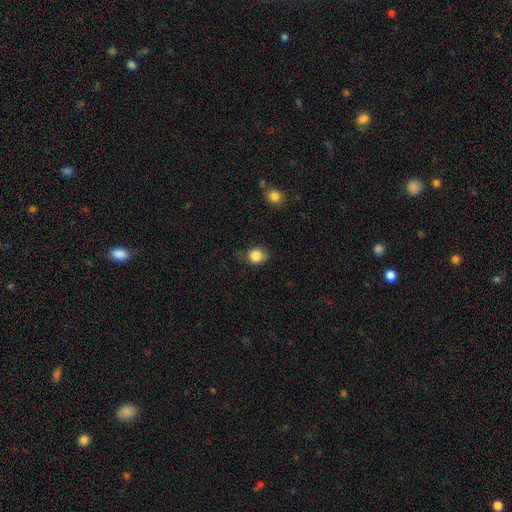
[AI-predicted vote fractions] Overall: smooth (84%). How rounded: round (74%). Merging: none (72%).